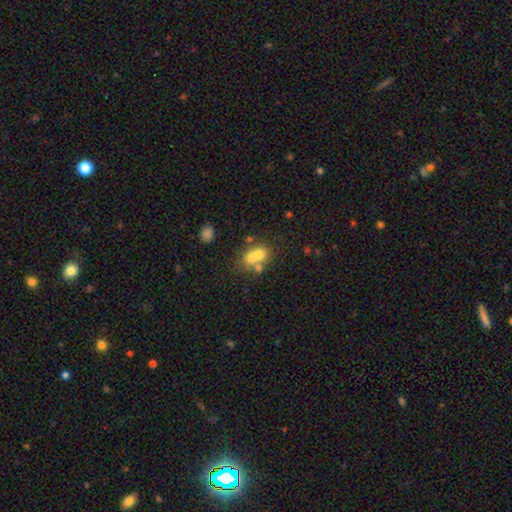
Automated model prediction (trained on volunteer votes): smooth 59%, featured or disk 28%, star or artifact 13%. Down the decision tree: how rounded — round (62%); merging — merger (59%).